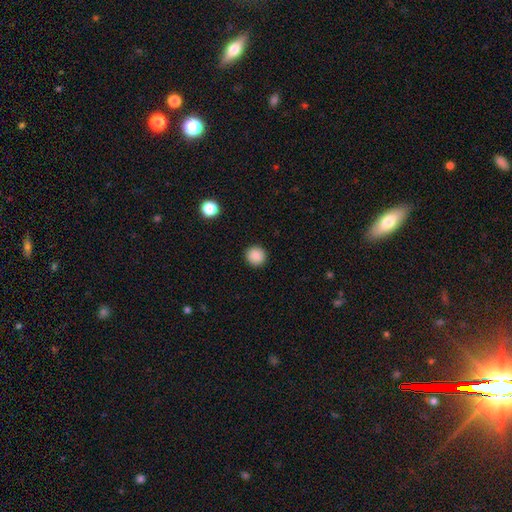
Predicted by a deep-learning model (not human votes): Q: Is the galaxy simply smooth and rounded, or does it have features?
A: smooth — 88%.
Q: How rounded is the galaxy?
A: round — 94%.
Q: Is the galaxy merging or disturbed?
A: none — 92%.